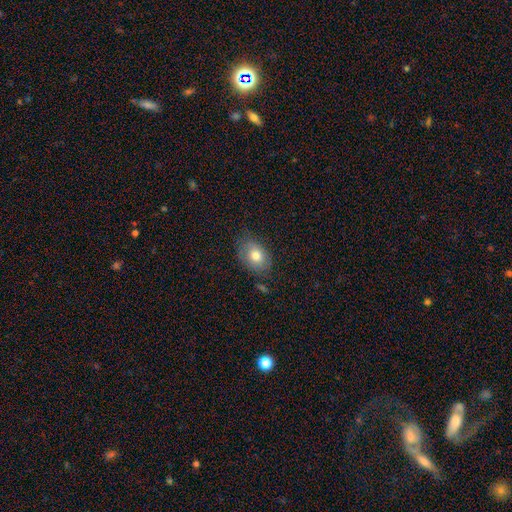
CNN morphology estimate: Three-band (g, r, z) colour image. It shows a smooth galaxy with no disk features (76%) that is in between round and cigar-shaped (77%). Merging: none (70%).